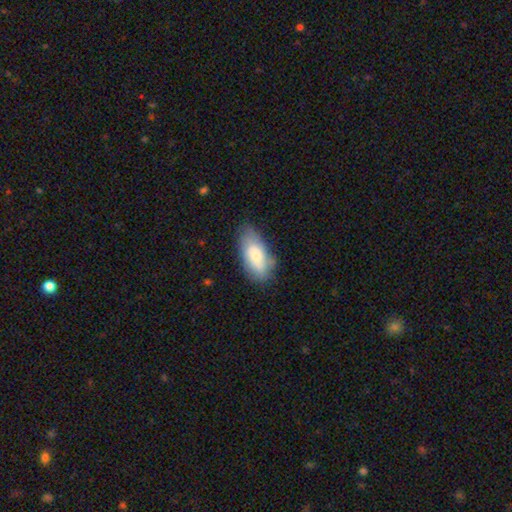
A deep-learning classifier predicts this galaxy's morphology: type=smooth (70%); roundness=in between (89%); merging=none (62%).